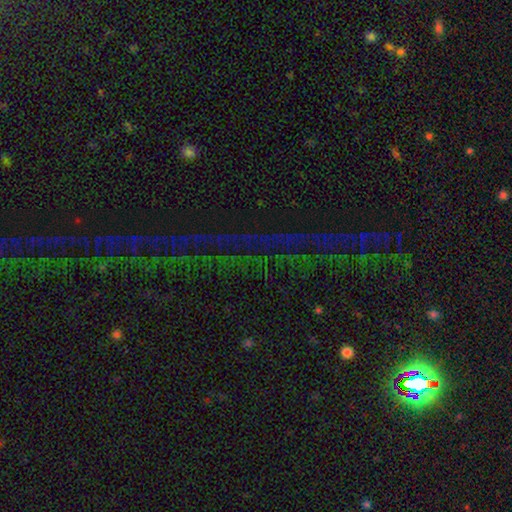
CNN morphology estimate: smooth-or-featured: star or artifact: 77% | smooth: 12% | featured or disk: 11%